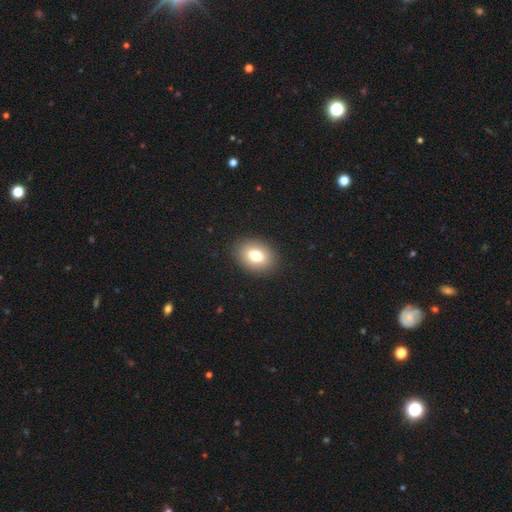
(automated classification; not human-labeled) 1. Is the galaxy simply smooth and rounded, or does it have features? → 76% smooth, 14% featured or disk, 10% star or artifact.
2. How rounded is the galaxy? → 67% in between, 32% round, 1% cigar-shaped.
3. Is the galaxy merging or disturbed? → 89% none, 8% minor disturbance, 3% major disturbance, 1% merger.